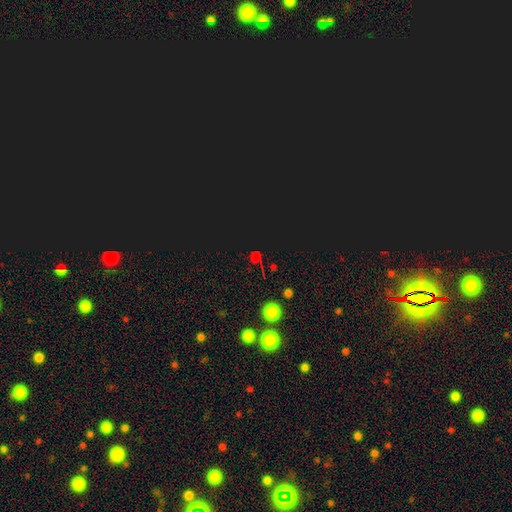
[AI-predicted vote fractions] Smooth or featured?
  - star or artifact: 61% *
  - smooth: 32%
  - featured or disk: 7%